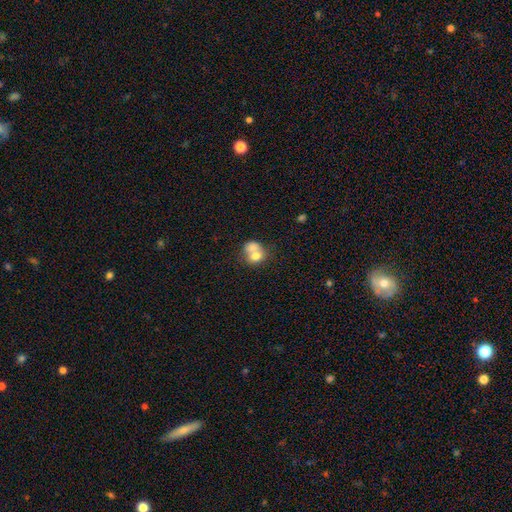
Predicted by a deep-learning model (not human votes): The model was most divided on "how rounded": round: 61%, in between: 38%, cigar-shaped: 1%. More confident: smooth or featured — smooth (69%); merging — merger (67%).